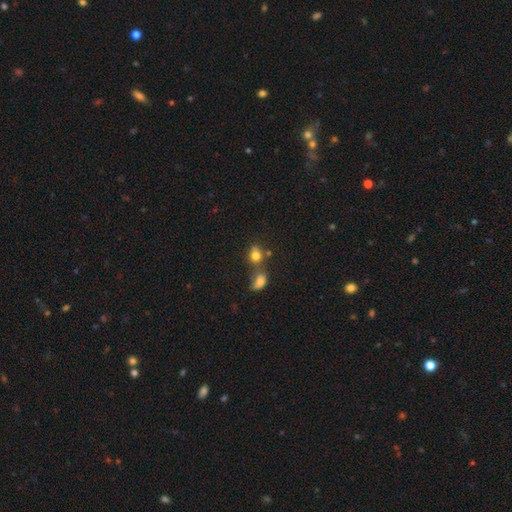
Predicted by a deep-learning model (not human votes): This appears to be a smooth galaxy with no disk features (76%) that is round (56%). Merging: none (41%, tied with merger).